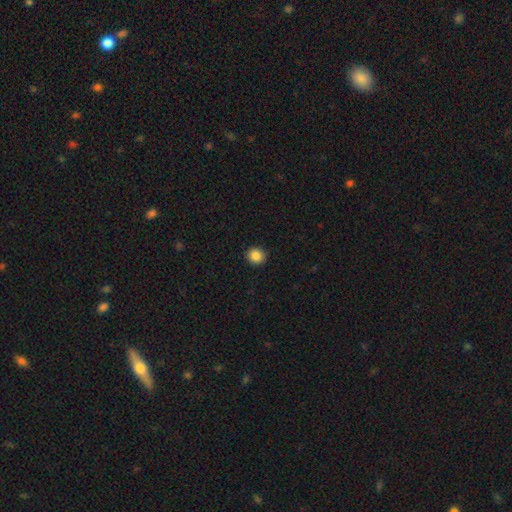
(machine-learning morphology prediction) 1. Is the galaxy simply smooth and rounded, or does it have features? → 86% smooth, 10% star or artifact, 4% featured or disk.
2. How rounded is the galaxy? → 90% round, 10% in between, 1% cigar-shaped.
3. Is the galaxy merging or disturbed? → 92% none, 5% minor disturbance, 2% major disturbance, 1% merger.